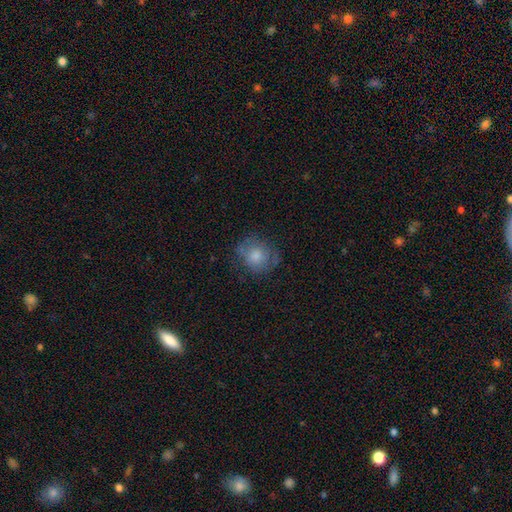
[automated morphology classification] smooth-or-featured: smooth: 64% | featured or disk: 27% | star or artifact: 9%
  how-rounded: round: 79% | in between: 20% | cigar-shaped: 1%
  merging: none: 67% | minor disturbance: 21% | major disturbance: 11% | merger: 1%